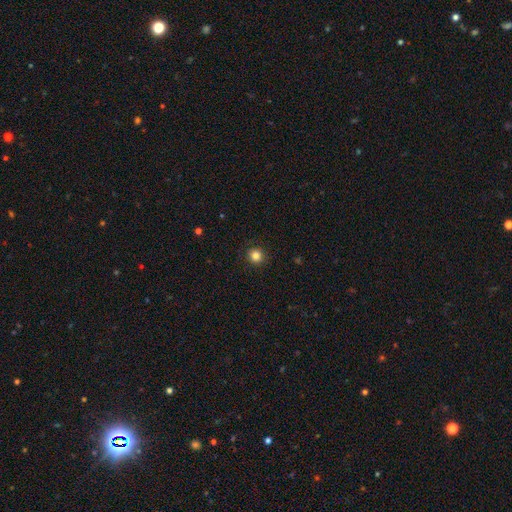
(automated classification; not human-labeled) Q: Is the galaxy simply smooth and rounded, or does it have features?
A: smooth — 84%.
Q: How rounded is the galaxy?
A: round — 94%.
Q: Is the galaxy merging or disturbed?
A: none — 92%.